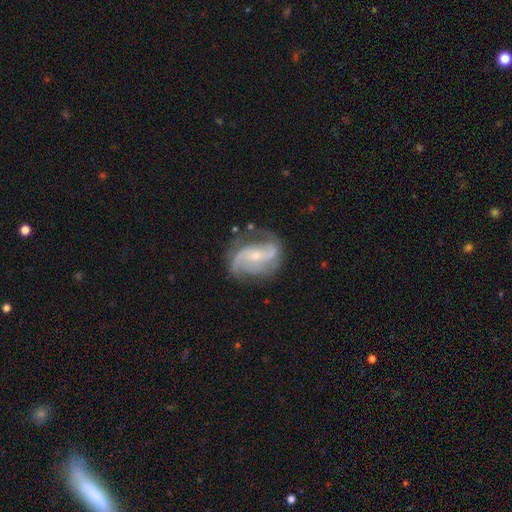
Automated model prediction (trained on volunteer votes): featured or disk 86%, smooth 8%, star or artifact 6%. Down the decision tree: edge-on disk — no (97%); bar — no (45%); spiral arms — yes (96%); spiral arm count — 2 (68%); spiral winding — medium (46%); bulge size — small (68%); merging — none (64%).